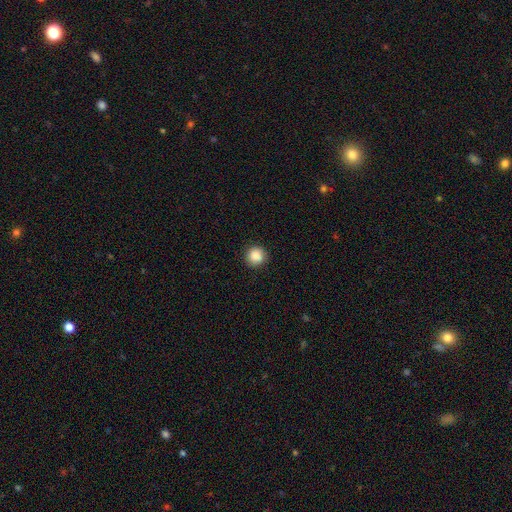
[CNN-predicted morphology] Smooth or featured? smooth (87%)
How rounded? round (94%)
Merging? none (91%)